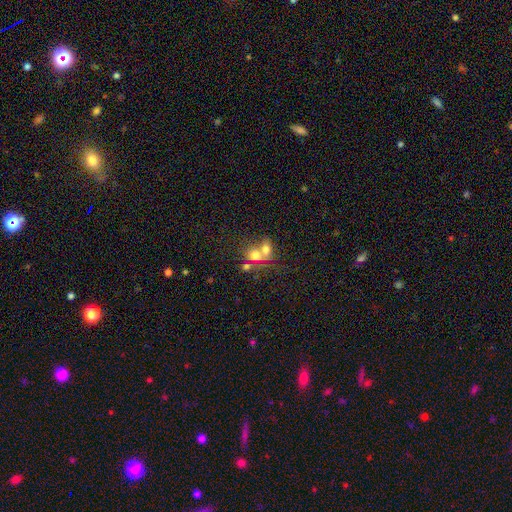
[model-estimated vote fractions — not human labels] Smooth or featured?
  - smooth: 67% *
  - featured or disk: 19%
  - star or artifact: 14%
How rounded?
  - round: 51% *
  - in between: 47%
  - cigar-shaped: 2%
Merging?
  - merger: 65% *
  - none: 23%
  - minor disturbance: 7%
  - major disturbance: 6%